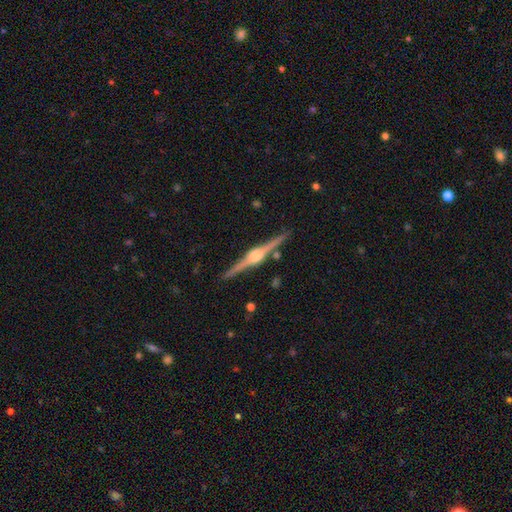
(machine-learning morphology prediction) Overall: featured or disk (89%). Edge-on disk: yes (98%). Edge-on bulge: rounded (87%). Merging: none (89%).